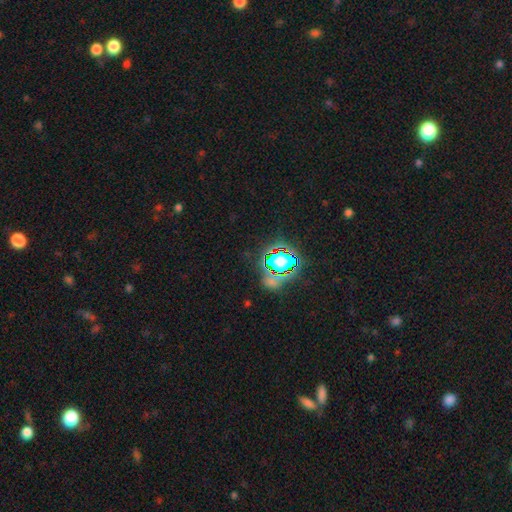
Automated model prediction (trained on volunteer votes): This appears to be a star or artifact, not a galaxy (80%).